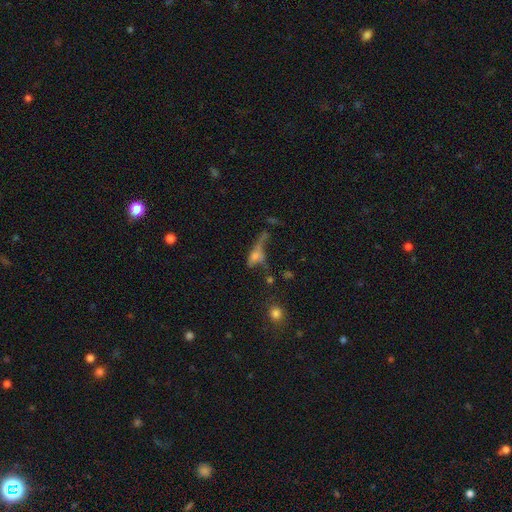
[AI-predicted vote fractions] Q: Smooth or featured?
A: smooth (42%); runner-up: featured or disk (38%)
Q: Merging?
A: major disturbance (33%); runner-up: none (29%)